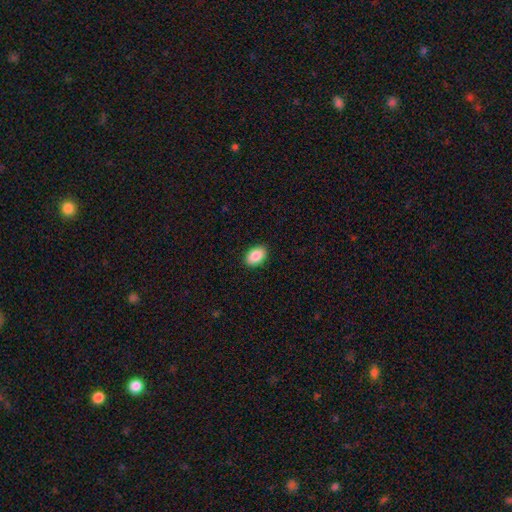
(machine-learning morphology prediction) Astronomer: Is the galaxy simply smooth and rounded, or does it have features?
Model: smooth — 88%.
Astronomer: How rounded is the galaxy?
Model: in between — 89%.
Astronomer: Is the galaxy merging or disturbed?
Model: none — 90%.